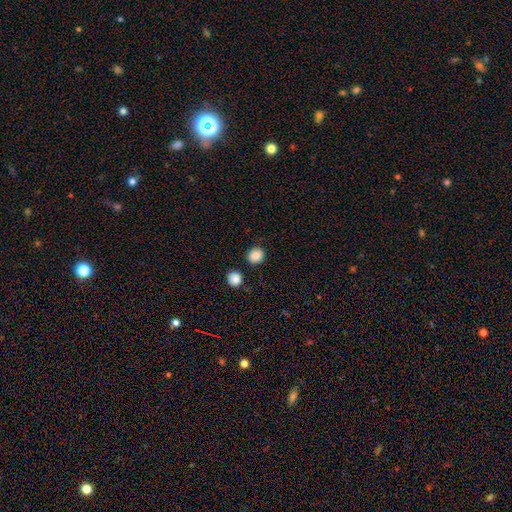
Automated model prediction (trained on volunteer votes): Q: Smooth or featured?
A: smooth (87%); runner-up: star or artifact (10%)
Q: How rounded?
A: round (86%); runner-up: in between (13%)
Q: Merging?
A: none (87%); runner-up: minor disturbance (7%)